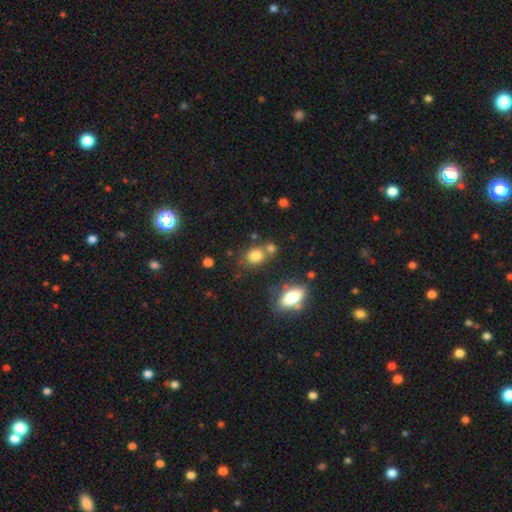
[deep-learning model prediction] smooth 79%, star or artifact 12%, featured or disk 9%. Down the decision tree: how rounded — round (56%); merging — none (58%).